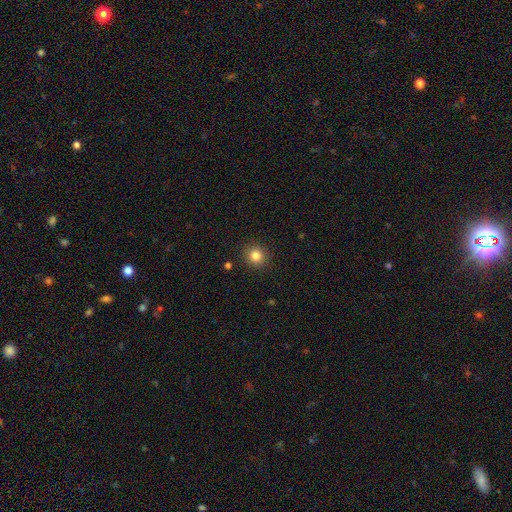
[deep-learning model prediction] smooth_or_featured: smooth (p=0.83) [alt: star or artifact p=0.12]
how_rounded: round (p=0.90) [alt: in between p=0.09]
merging: none (p=0.91) [alt: minor disturbance p=0.06]